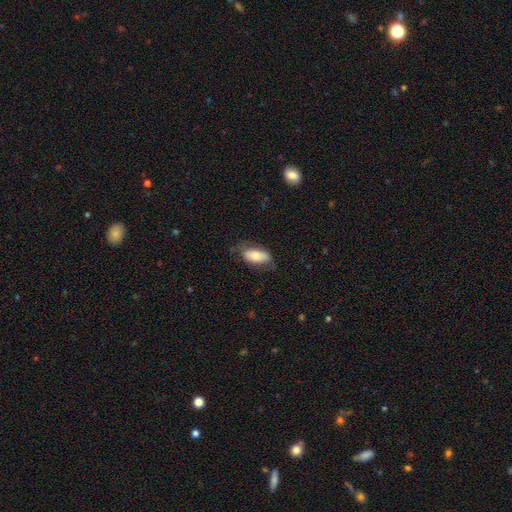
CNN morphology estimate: This appears to be a smooth galaxy with no disk features (69%) that is in between round and cigar-shaped (87%). Merging: none (61%).